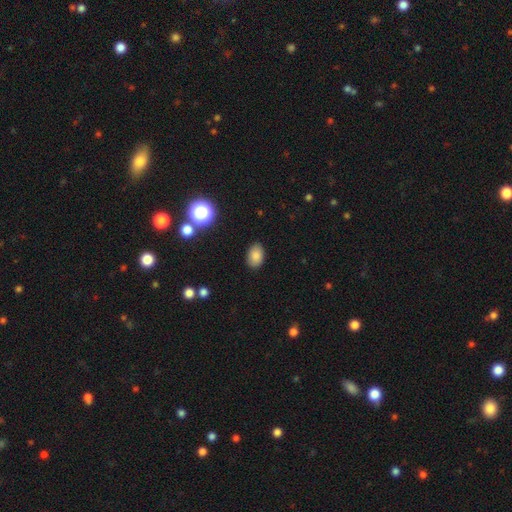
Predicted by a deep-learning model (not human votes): smooth_or_featured: smooth (p=0.83) [alt: star or artifact p=0.11]
how_rounded: in between (p=0.86) [alt: round p=0.13]
merging: none (p=0.88) [alt: minor disturbance p=0.09]